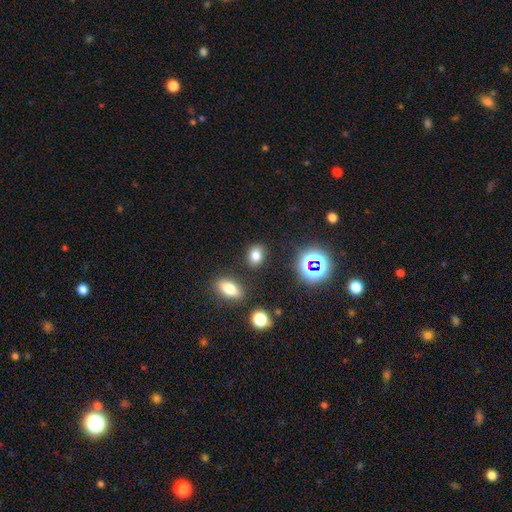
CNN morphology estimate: A smooth galaxy with no disk features (74%) that is in between round and cigar-shaped (60%).

Vote fractions:
- Smooth or featured? smooth: 74% / star or artifact: 19% / featured or disk: 7%
- How rounded? in between: 60% / round: 39% / cigar-shaped: 2%
- Merging? none: 84% / minor disturbance: 9% / merger: 4% / major disturbance: 3%